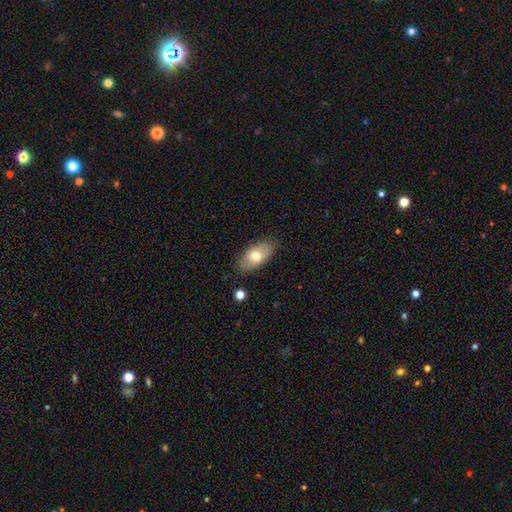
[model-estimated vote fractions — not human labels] smooth-or-featured: smooth: 72% | featured or disk: 22% | star or artifact: 7%
  how-rounded: in between: 91% | cigar-shaped: 5% | round: 4%
  merging: none: 82% | minor disturbance: 13% | major disturbance: 3% | merger: 2%